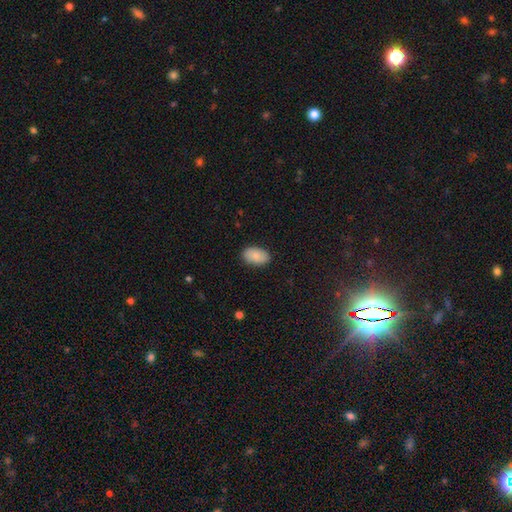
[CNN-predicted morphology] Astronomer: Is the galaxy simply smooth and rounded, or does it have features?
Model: smooth — 87%.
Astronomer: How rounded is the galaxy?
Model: in between — 93%.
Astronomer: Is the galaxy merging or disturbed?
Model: none — 87%.